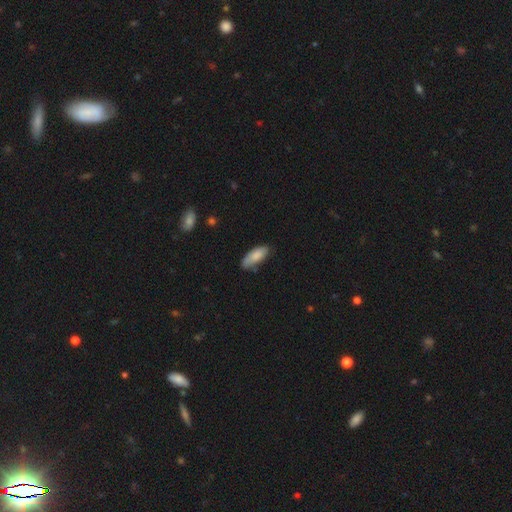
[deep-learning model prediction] Smooth or featured? smooth (84%)
How rounded? in between (74%)
Merging? none (67%)